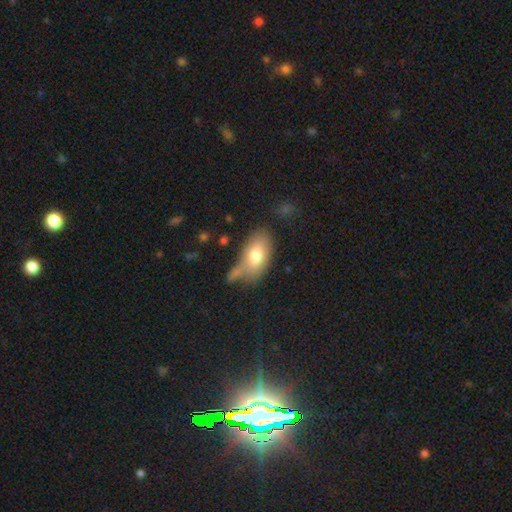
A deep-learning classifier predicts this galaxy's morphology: A smooth galaxy with no disk features (75%) that is in between round and cigar-shaped (92%).

Vote fractions:
- Smooth or featured? smooth: 75% / featured or disk: 18% / star or artifact: 7%
- How rounded? in between: 92% / round: 5% / cigar-shaped: 3%
- Merging? none: 50% / minor disturbance: 22% / merger: 17% / major disturbance: 11%